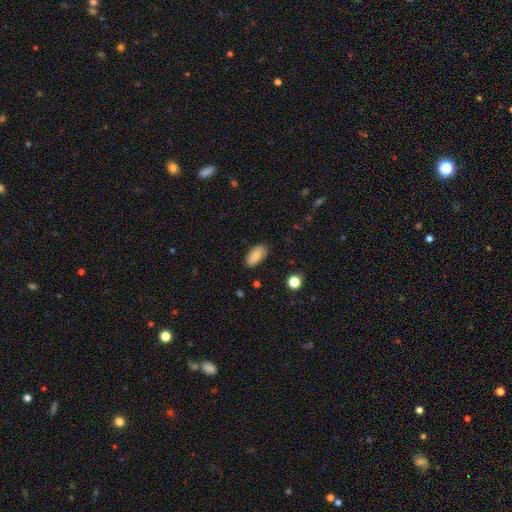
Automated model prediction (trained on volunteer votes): Q: Smooth or featured?
A: smooth (83%); runner-up: featured or disk (10%)
Q: How rounded?
A: in between (92%); runner-up: cigar-shaped (5%)
Q: Merging?
A: none (85%); runner-up: minor disturbance (12%)